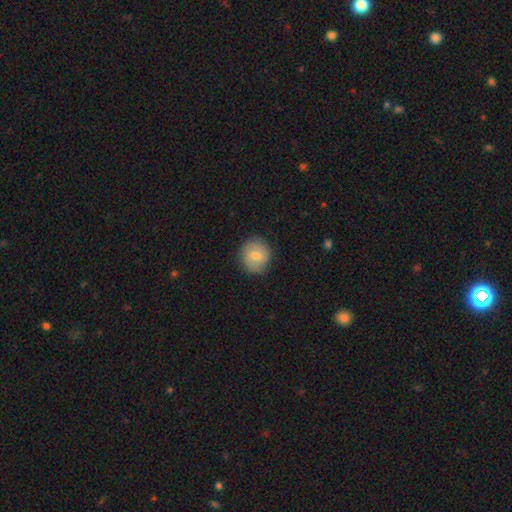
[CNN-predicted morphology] Smooth or featured? smooth (70%)
How rounded? round (87%)
Merging? none (87%)